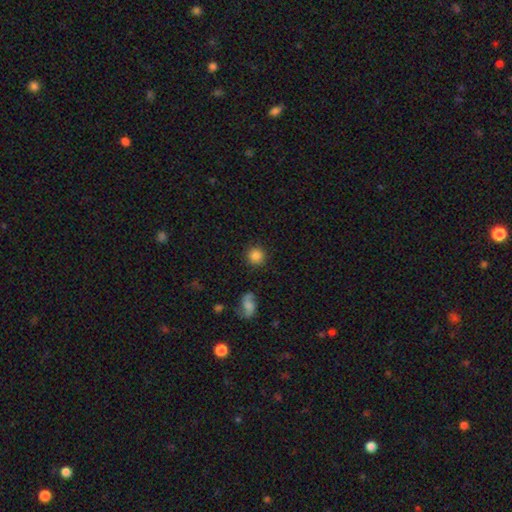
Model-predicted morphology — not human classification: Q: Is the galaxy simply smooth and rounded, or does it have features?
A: smooth — 84%.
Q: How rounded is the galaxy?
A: round — 92%.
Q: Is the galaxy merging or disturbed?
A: none — 88%.